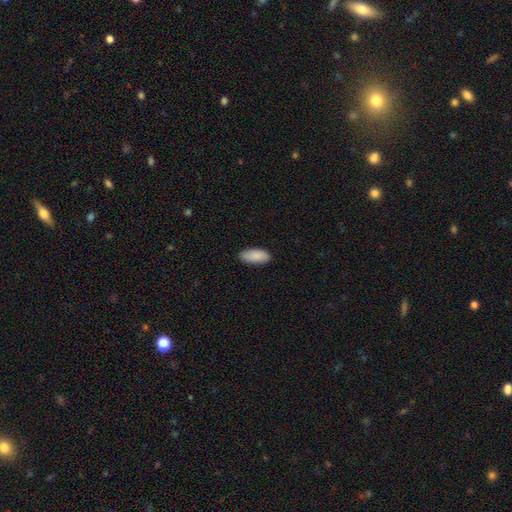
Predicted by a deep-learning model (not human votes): A smooth galaxy with no disk features (89%) that is in between round and cigar-shaped (89%). Merging: none (87%).